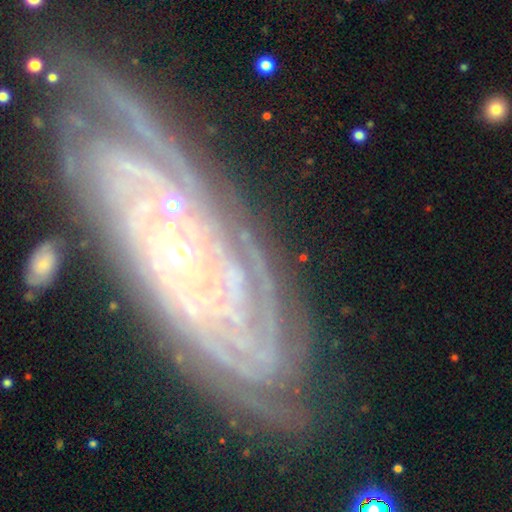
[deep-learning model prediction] This is clearly a featured or disk galaxy (84%). It is clearly not viewed edge-on (89%). Bar: likely no (71%). Spiral arm pattern: clearly yes (93%). Spiral arm count: marginally can't tell (32%). Spiral winding: likely tight (80%). Central bulge: possibly small (51%). Merging: likely none (74%).